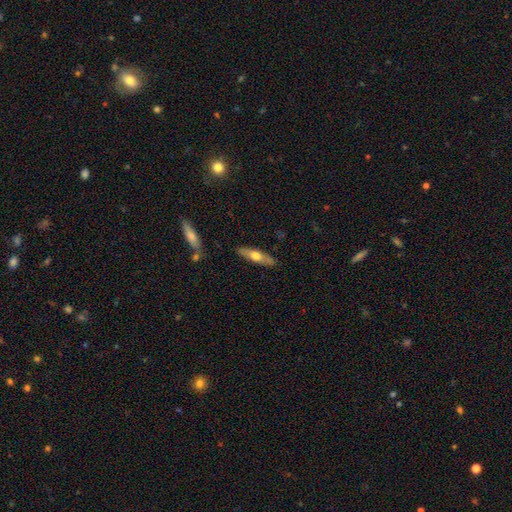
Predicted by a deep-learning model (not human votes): Overall: smooth (50%; featured or disk 44%). How rounded: cigar-shaped (72%). Merging: none (86%).